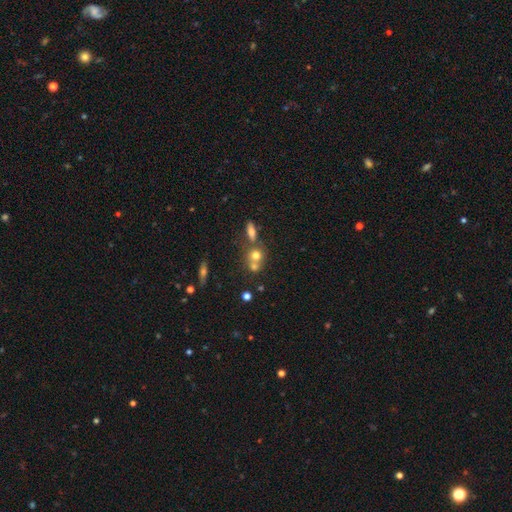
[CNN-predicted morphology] Overall: smooth (68%). How rounded: round (73%). Merging: merger (49%; none 38%).